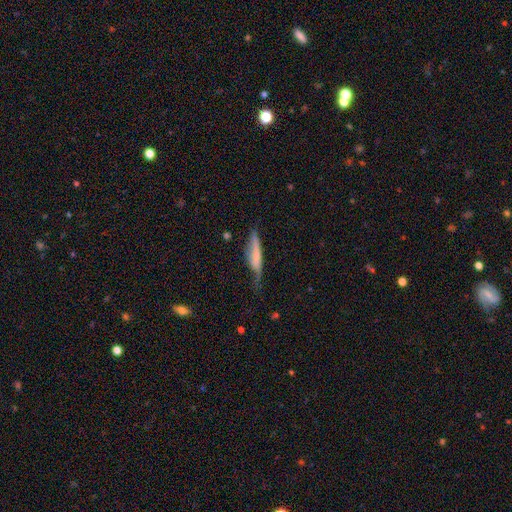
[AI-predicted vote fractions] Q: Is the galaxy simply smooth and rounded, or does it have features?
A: smooth — 52%.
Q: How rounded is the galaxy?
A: cigar-shaped — 80%.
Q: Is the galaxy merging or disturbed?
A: none — 43%.